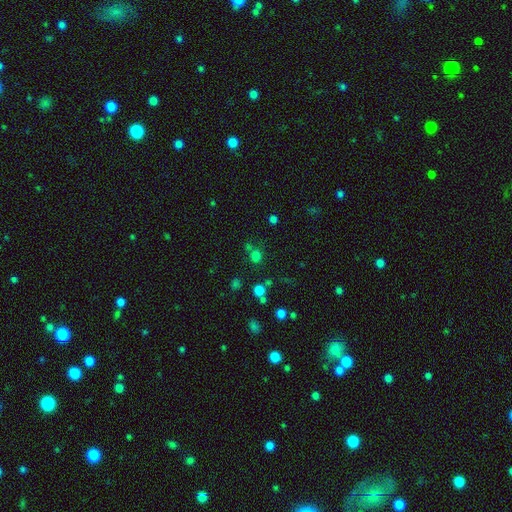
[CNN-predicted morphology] This is likely a smooth galaxy (66%). How rounded: likely round (75%). Merging: likely none (64%).